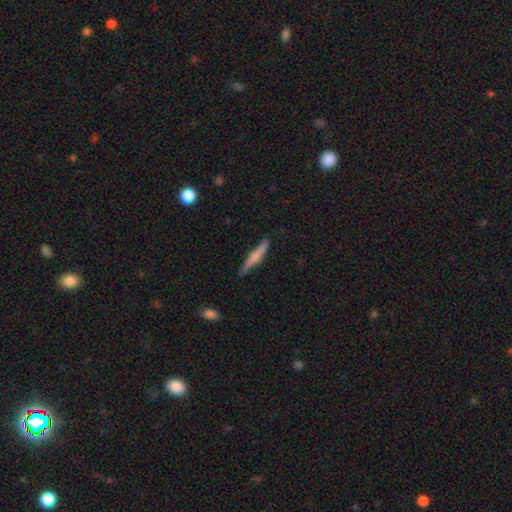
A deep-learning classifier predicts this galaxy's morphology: This is possibly a smooth galaxy (58%). How rounded: clearly cigar-shaped (93%). Merging: likely none (79%).